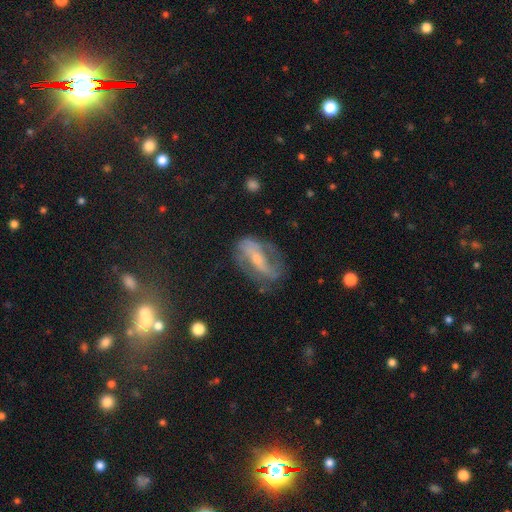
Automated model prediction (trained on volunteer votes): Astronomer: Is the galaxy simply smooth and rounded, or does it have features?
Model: featured or disk — 73%.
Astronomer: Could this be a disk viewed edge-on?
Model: no — 87%.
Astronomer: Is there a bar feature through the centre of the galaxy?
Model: strong — 49% (runner-up: weak, 27%).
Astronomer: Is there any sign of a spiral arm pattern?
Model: yes — 78%.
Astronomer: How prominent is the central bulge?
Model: small — 65%.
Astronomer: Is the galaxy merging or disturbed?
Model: none — 61%.